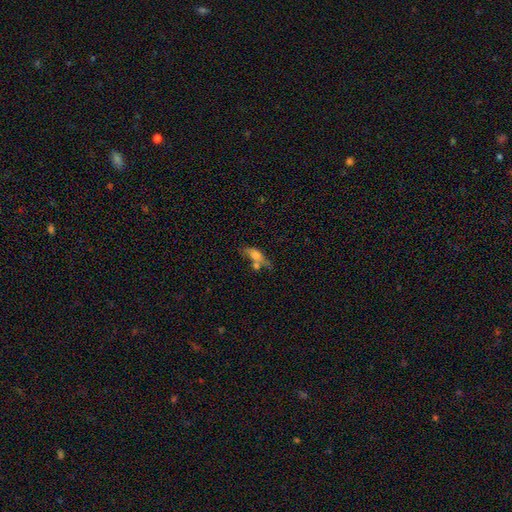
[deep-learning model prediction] Q: Smooth or featured?
A: featured or disk (45%); runner-up: smooth (42%)
Q: Merging?
A: none (45%); runner-up: merger (26%)